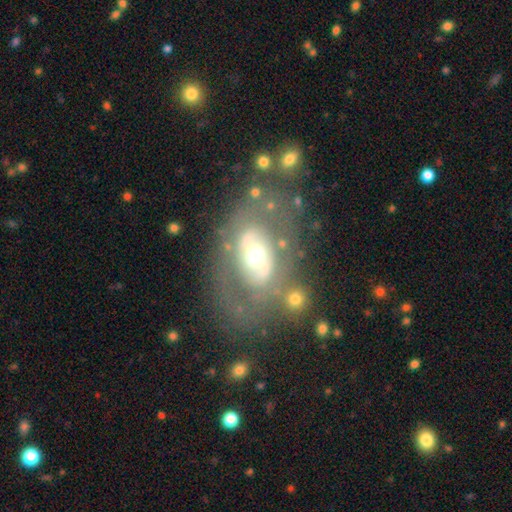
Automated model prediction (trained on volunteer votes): The model was most divided on "smooth or featured": featured or disk: 64%, smooth: 28%, star or artifact: 8%. More confident: edge-on disk — no (93%); bar — no (77%); spiral arms — no (74%); merging — none (68%); bulge size — moderate (65%).